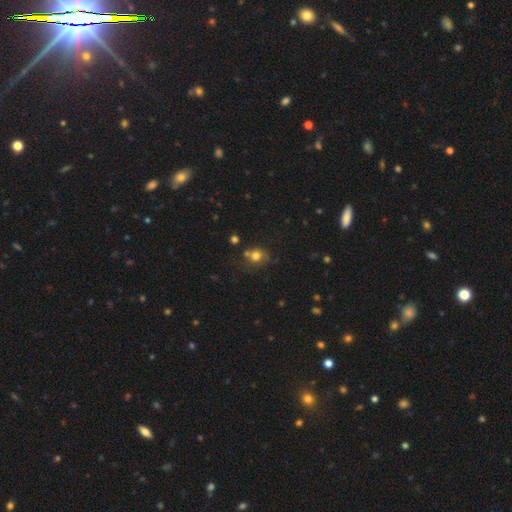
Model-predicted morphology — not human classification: The model was most divided on "merging": none: 55%, merger: 20%, minor disturbance: 18%, major disturbance: 7%. More confident: smooth or featured — smooth (75%); how rounded — round (74%).